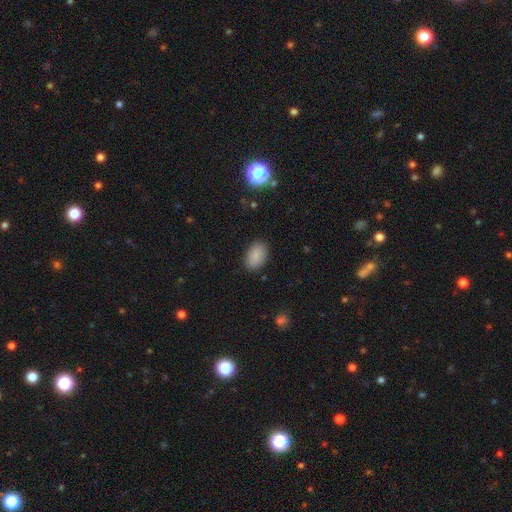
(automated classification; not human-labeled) Smooth or featured? smooth (87%)
How rounded? in between (90%)
Merging? none (87%)